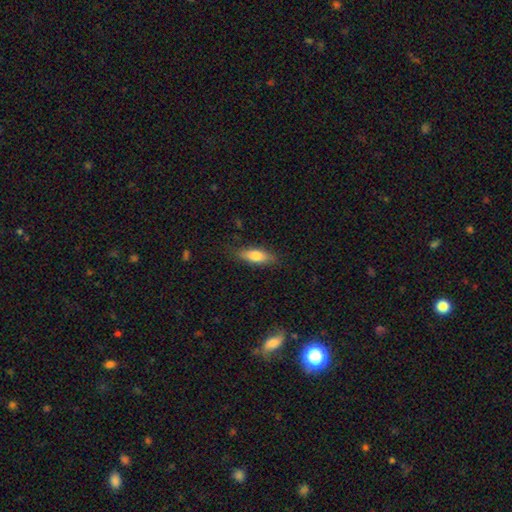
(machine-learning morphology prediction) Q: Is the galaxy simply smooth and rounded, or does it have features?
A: smooth — 76%.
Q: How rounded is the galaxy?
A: in between — 64%.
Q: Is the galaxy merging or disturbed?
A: none — 83%.